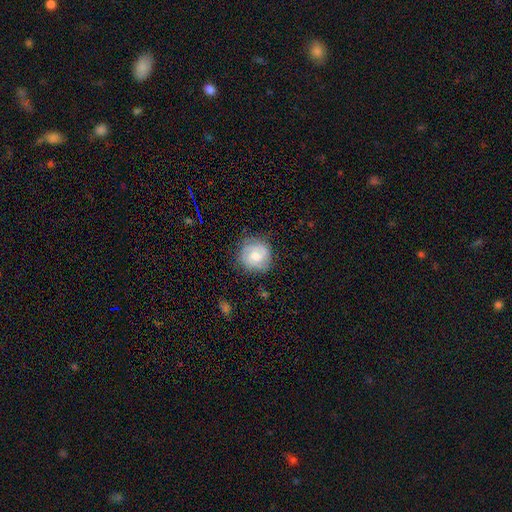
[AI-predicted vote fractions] This is possibly a featured or disk galaxy (51%). It is clearly not viewed edge-on (97%). Merging: likely none (77%).